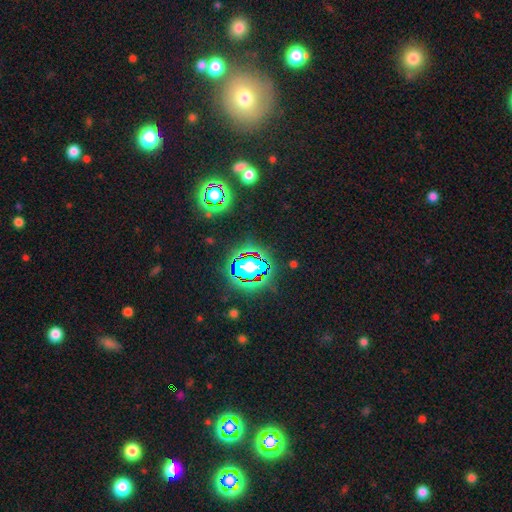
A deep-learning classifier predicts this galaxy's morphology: Smooth or featured? Predicted: star or artifact (p=0.79).